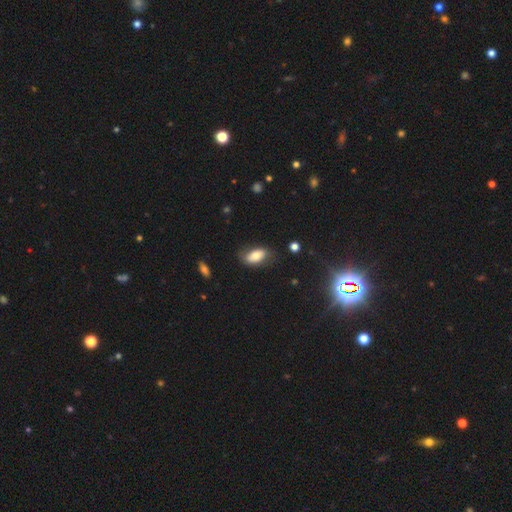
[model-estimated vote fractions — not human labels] Morphology: type=smooth (69%); roundness=in between (91%); merging=none (66%).